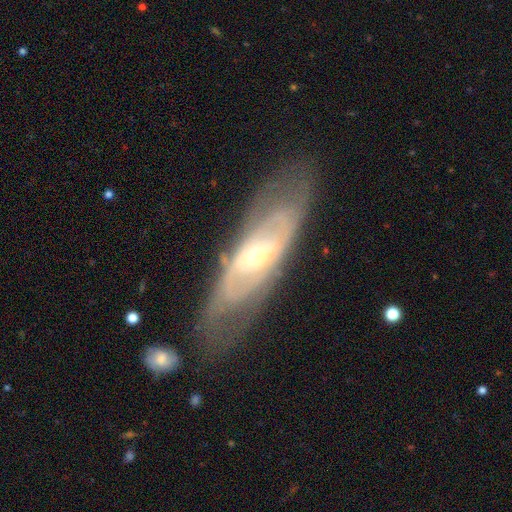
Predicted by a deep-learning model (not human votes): smooth-or-featured: featured or disk: 76% | smooth: 18% | star or artifact: 6%
  disk-edge-on: no: 80% | yes: 20%
    bar: no: 47% | weak: 36% | strong: 17%
    has-spiral-arms: yes: 67% | no: 33%
    bulge-size: small: 57% | moderate: 37% | large: 3% | none: 1% | dominant: 1%
  merging: none: 74% | minor disturbance: 16% | major disturbance: 7% | merger: 3%